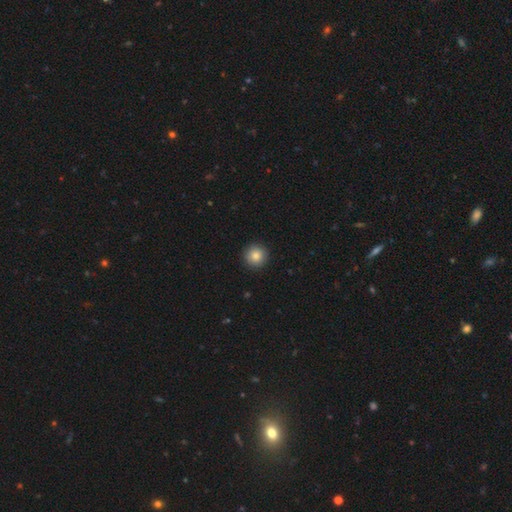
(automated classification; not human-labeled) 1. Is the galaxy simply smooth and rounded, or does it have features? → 84% smooth, 9% star or artifact, 6% featured or disk.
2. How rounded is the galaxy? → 96% round, 3% in between, 1% cigar-shaped.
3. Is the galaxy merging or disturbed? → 93% none, 5% minor disturbance, 1% major disturbance, 1% merger.